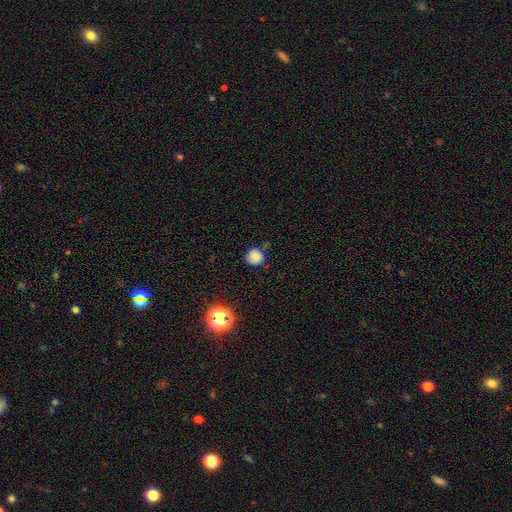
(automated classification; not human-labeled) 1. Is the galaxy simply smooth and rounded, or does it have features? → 79% smooth, 13% star or artifact, 8% featured or disk.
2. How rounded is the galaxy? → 87% round, 12% in between, 1% cigar-shaped.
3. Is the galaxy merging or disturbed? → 66% none, 24% minor disturbance, 5% merger, 5% major disturbance.